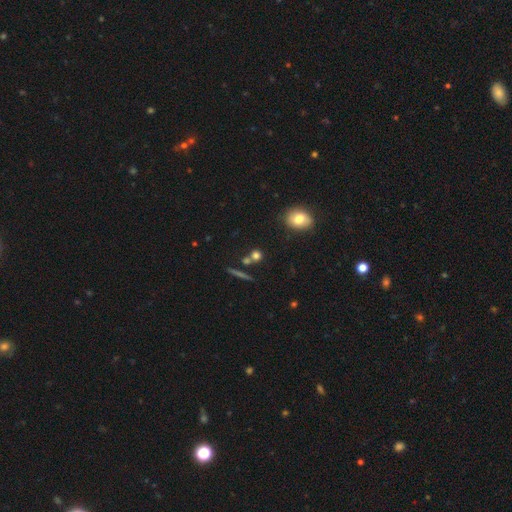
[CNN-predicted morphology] Smooth or featured? smooth (73%)
How rounded? round (79%)
Merging? none (64%)